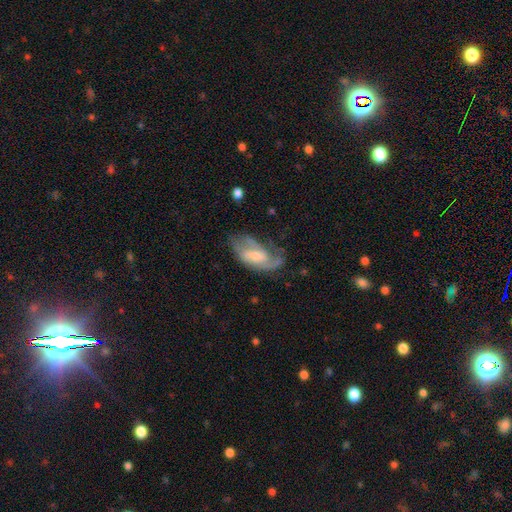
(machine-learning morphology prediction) A featured or disk galaxy (72%) with no bar (44%), 2 (54%) medium (46%) spiral arms (87%) and a small central bulge (49%).

Vote fractions:
- Smooth or featured? featured or disk: 72% / smooth: 22% / star or artifact: 6%
- Edge-on disk? no: 95% / yes: 5%
- Bar? no: 44% / weak: 43% / strong: 13%
- Spiral arms? yes: 87% / no: 13%
- Spiral winding? medium: 46% / loose: 31% / tight: 24%
- Spiral arm count? 2: 54% / can't tell: 19% / 1: 13% / 3: 10% / 4: 2% / more than 4: 2%
- Bulge size? small: 49% / moderate: 41% / none: 5% / large: 4% / dominant: 1%
- Merging? none: 49% / minor disturbance: 27% / major disturbance: 22% / merger: 3%